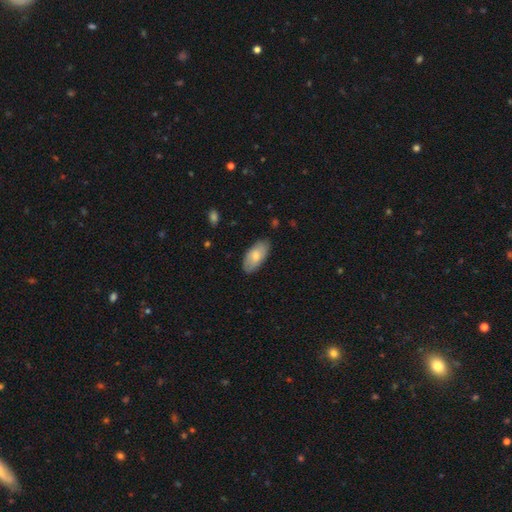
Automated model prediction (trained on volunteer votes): Overall: smooth (75%). How rounded: in between (93%). Merging: none (82%).